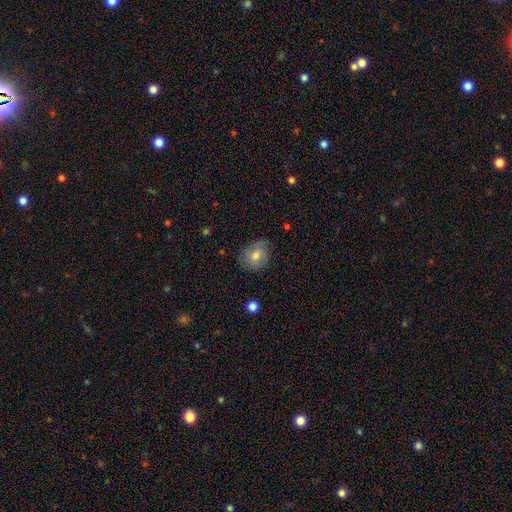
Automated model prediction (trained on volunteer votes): This is likely a smooth galaxy (71%). How rounded: likely round (68%). Merging: likely none (70%).